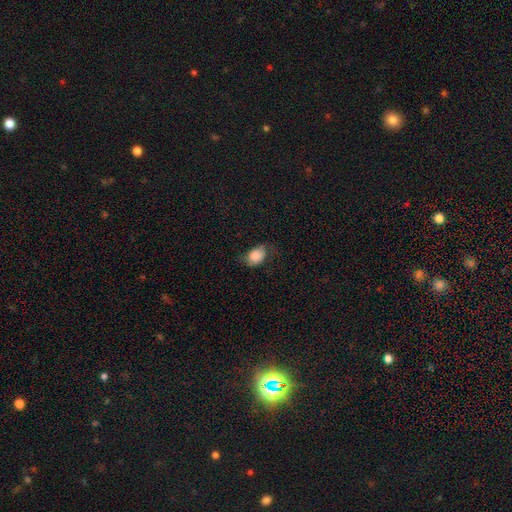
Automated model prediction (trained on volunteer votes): Smooth or featured? Predicted: smooth (p=0.80). How rounded? Predicted: in between (p=0.75). Merging? Predicted: none (p=0.55).